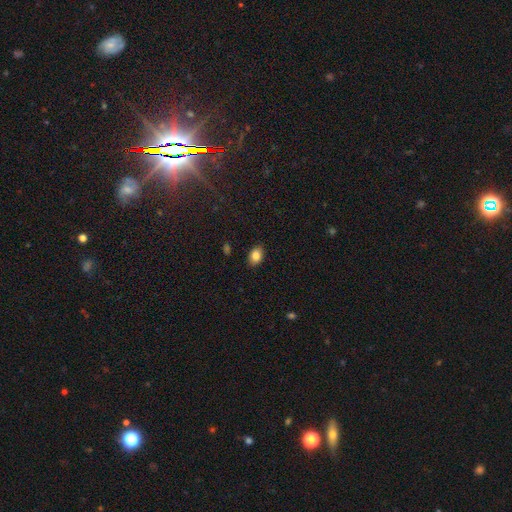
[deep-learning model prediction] This appears to be a smooth galaxy with no disk features (85%) that is in between round and cigar-shaped (82%). Merging: none (87%).